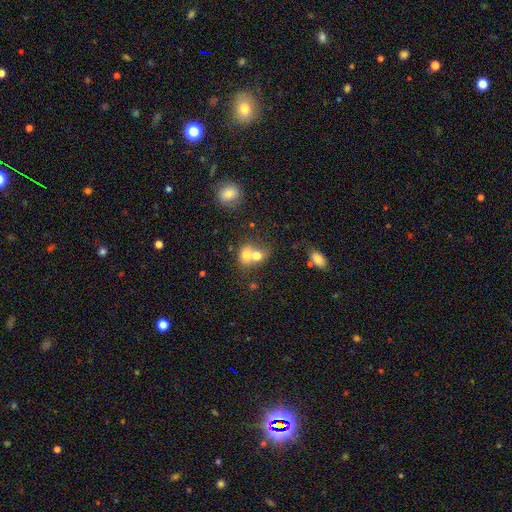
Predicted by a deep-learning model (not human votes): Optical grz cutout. It shows a smooth galaxy with no disk features (70%) that is round (54%). Merging: merger (70%).